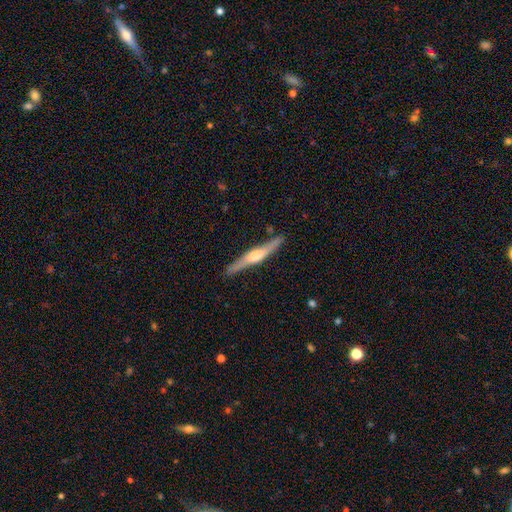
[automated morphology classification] Q: Smooth or featured?
A: featured or disk (68%); runner-up: smooth (28%)
Q: Edge-on disk?
A: yes (97%); runner-up: no (3%)
Q: Edge-on bulge?
A: rounded (77%); runner-up: boxy (15%)
Q: Merging?
A: none (87%); runner-up: minor disturbance (10%)